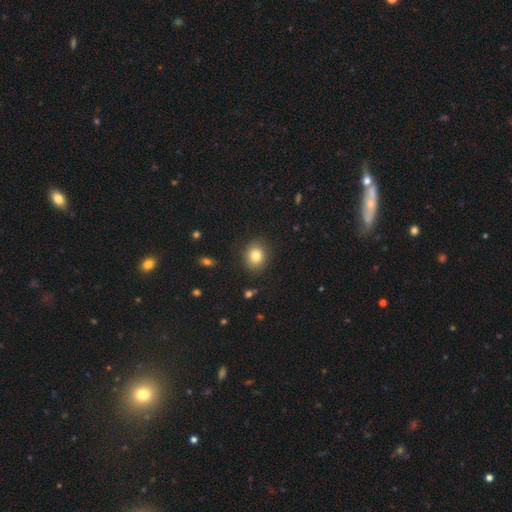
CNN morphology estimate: Smooth or featured? smooth (82%)
How rounded? round (65%)
Merging? none (87%)